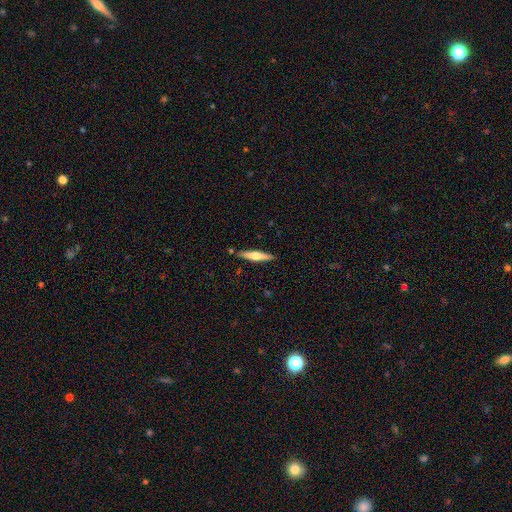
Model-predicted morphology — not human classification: Smooth or featured? Predicted: featured or disk (p=0.55). Edge-on disk? Predicted: yes (p=0.96). Edge-on bulge? Predicted: rounded (p=0.89). Merging? Predicted: none (p=0.87).